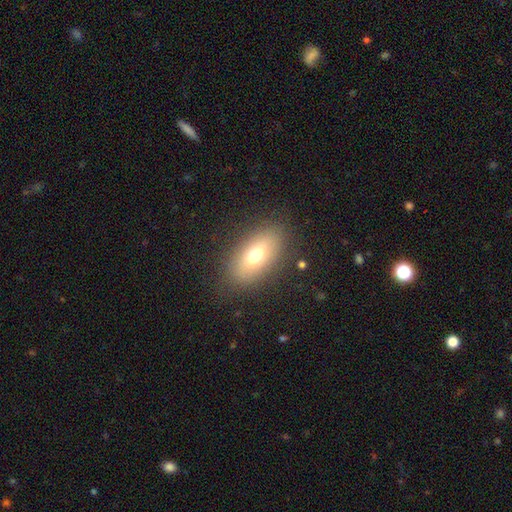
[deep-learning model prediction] smooth 69%, featured or disk 21%, star or artifact 10%. Down the decision tree: how rounded — in between (86%); merging — none (85%).